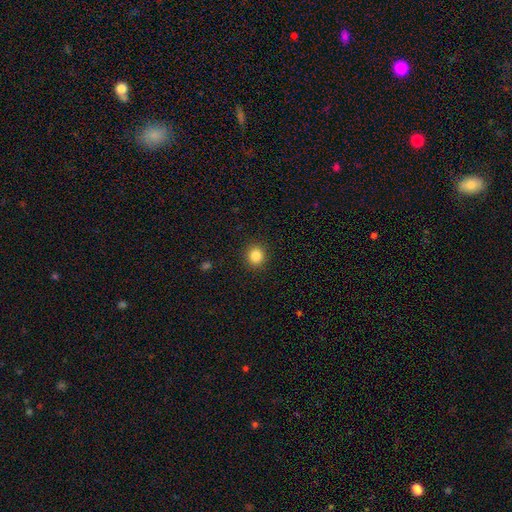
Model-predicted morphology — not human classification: Smooth or featured?
  - smooth: 84% *
  - star or artifact: 11%
  - featured or disk: 5%
How rounded?
  - round: 90% *
  - in between: 9%
  - cigar-shaped: 1%
Merging?
  - none: 92% *
  - minor disturbance: 5%
  - major disturbance: 2%
  - merger: 1%